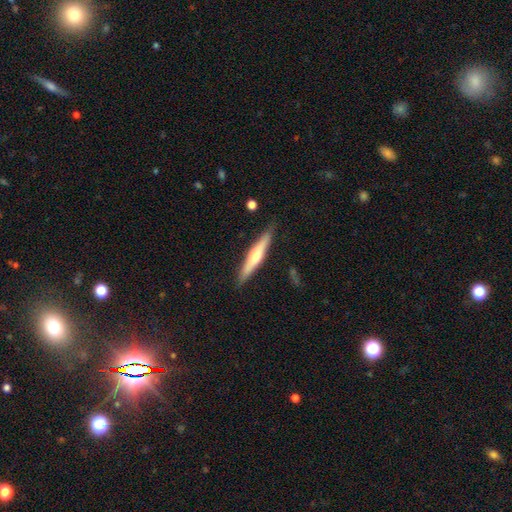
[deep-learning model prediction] Smooth or featured?
  - featured or disk: 51% *
  - smooth: 44%
  - star or artifact: 5%
Edge-on disk?
  - yes: 95% *
  - no: 5%
Merging?
  - none: 86% *
  - minor disturbance: 10%
  - major disturbance: 2%
  - merger: 1%